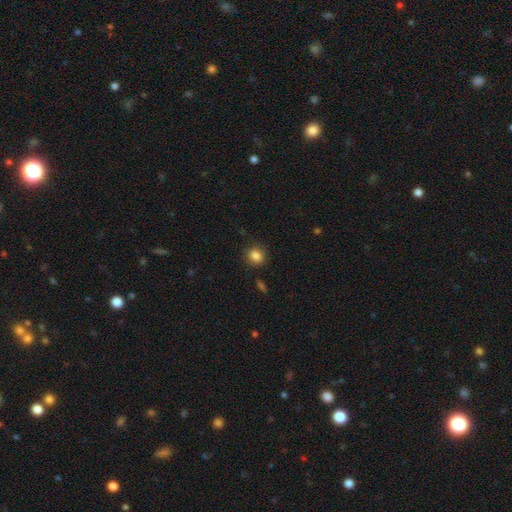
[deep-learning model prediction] This is clearly a smooth galaxy (85%). How rounded: clearly round (81%). Merging: clearly none (89%).